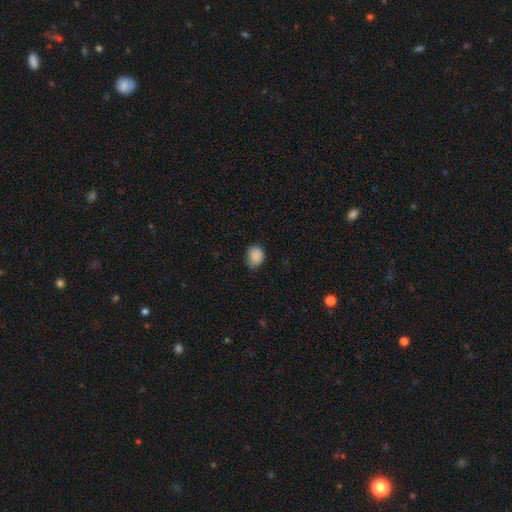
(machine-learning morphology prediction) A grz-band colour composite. It shows a smooth galaxy with no disk features (87%) that is round (57%). Merging: none (60%).